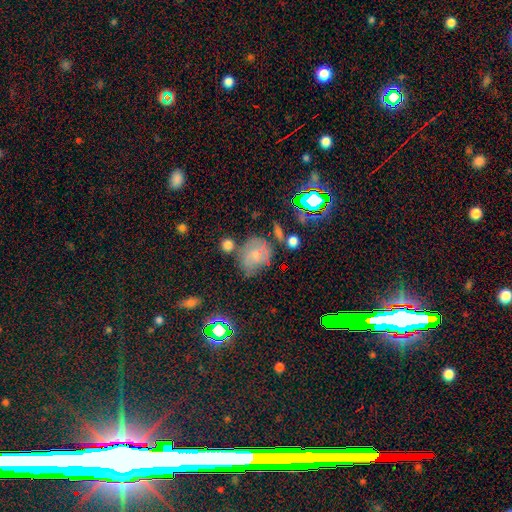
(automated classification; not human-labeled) smooth-or-featured: featured or disk: 40% | smooth: 30% | star or artifact: 30%
  merging: none: 64% | minor disturbance: 20% | major disturbance: 9% | merger: 7%